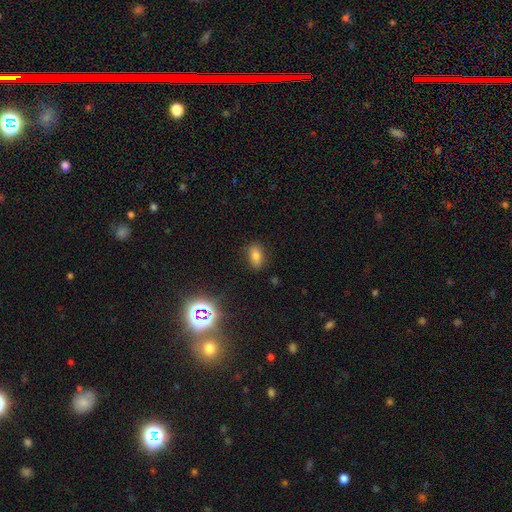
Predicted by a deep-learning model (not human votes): This appears to be a smooth galaxy with no disk features (74%) that is in between round and cigar-shaped (85%). Merging: none (80%).